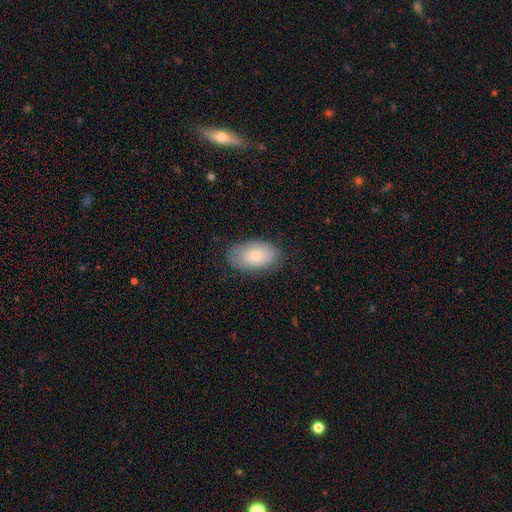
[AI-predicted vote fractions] This appears to be a smooth galaxy with no disk features (74%) that is in between round and cigar-shaped (93%). Merging: none (78%).